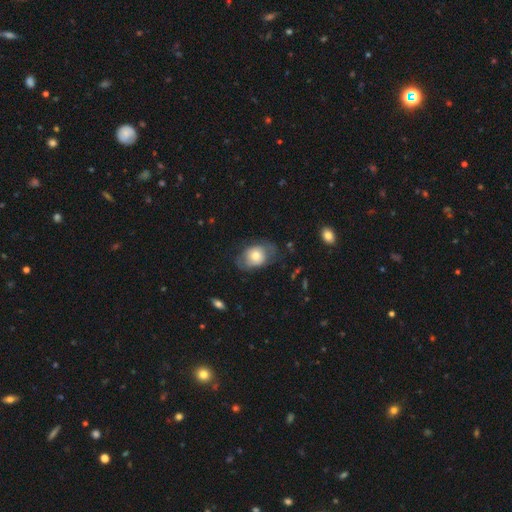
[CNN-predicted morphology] The model was most divided on "smooth or featured": smooth: 62%, featured or disk: 31%, star or artifact: 7%. More confident: how rounded — in between (67%); merging — none (57%).